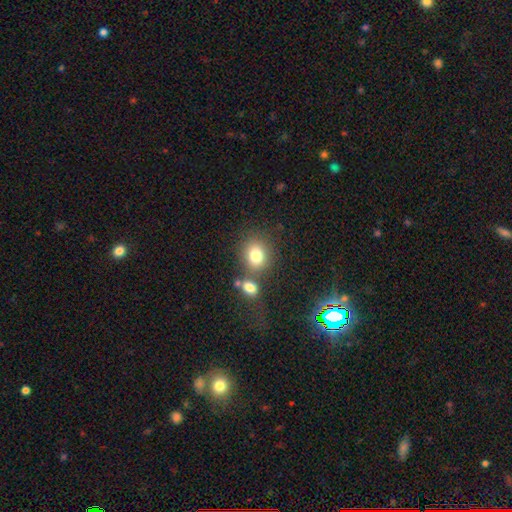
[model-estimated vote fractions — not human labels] Smooth or featured?
  - smooth: 80% *
  - star or artifact: 11%
  - featured or disk: 9%
How rounded?
  - round: 65% *
  - in between: 34%
  - cigar-shaped: 1%
Merging?
  - none: 62% *
  - merger: 22%
  - minor disturbance: 11%
  - major disturbance: 5%